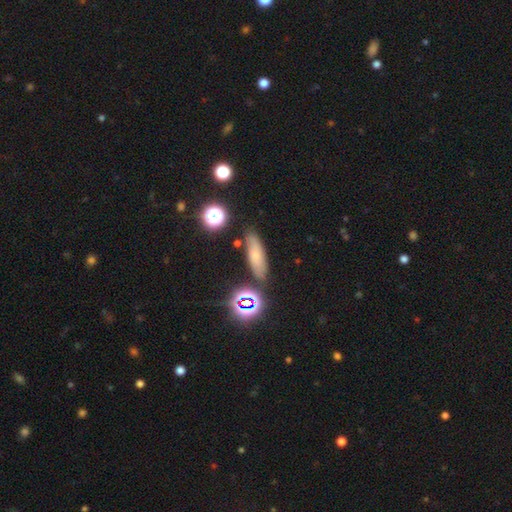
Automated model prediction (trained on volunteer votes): Smooth or featured: smooth — 64% (featured or disk — 19%)
How rounded: in between — 47% (cigar-shaped — 46%)
Merging: none — 79% (minor disturbance — 12%)